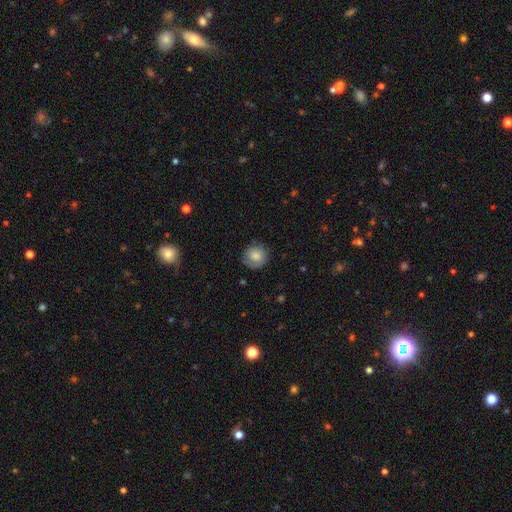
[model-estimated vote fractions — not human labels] Q: Smooth or featured?
A: smooth (79%); runner-up: featured or disk (13%)
Q: How rounded?
A: round (89%); runner-up: in between (10%)
Q: Merging?
A: none (79%); runner-up: minor disturbance (16%)